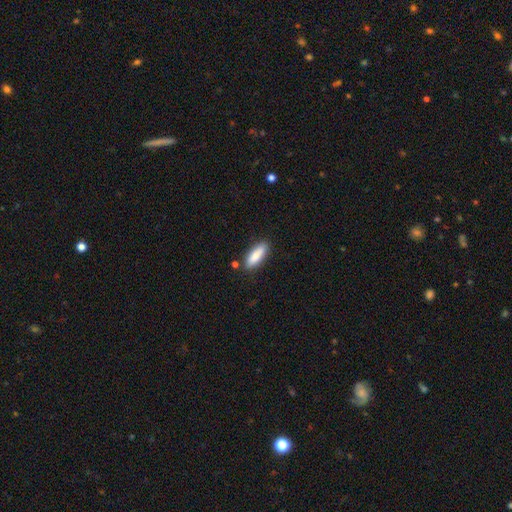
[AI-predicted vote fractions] This appears to be a smooth galaxy with no disk features (85%) that is in between round and cigar-shaped (53%). Merging: none (83%).